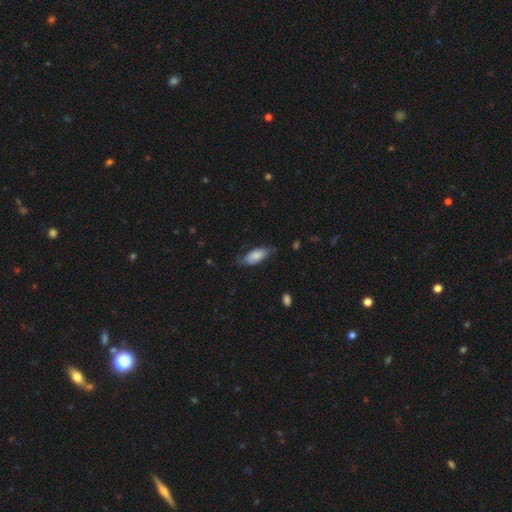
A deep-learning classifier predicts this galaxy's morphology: Overall: smooth (77%). How rounded: in between (85%). Merging: none (61%; minor disturbance 29%).